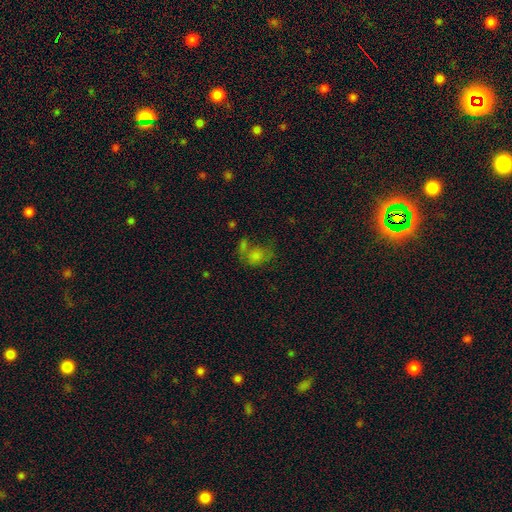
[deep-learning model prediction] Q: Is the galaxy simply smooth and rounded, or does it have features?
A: smooth — 57%.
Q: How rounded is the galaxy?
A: in between — 56%.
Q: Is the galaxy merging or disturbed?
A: none — 39%.